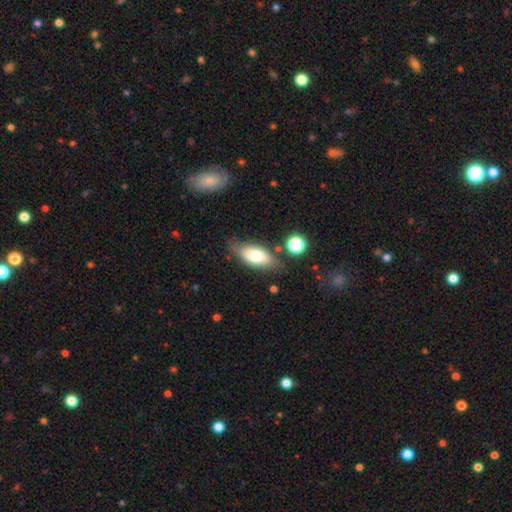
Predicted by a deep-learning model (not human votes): Smooth or featured: smooth — 68% (featured or disk — 24%)
How rounded: in between — 86% (cigar-shaped — 11%)
Merging: none — 70% (minor disturbance — 19%)